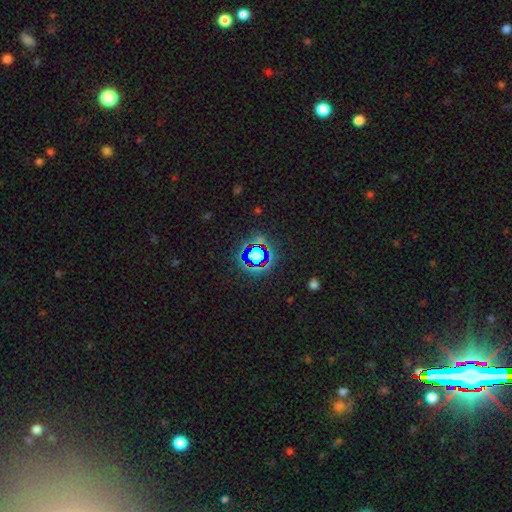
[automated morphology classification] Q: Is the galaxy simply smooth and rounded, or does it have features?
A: star or artifact — 65%.